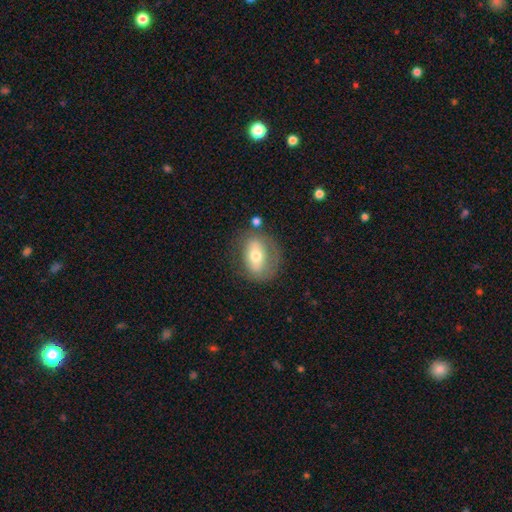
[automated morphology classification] Overall: smooth (49%; featured or disk 43%). Merging: none (67%).